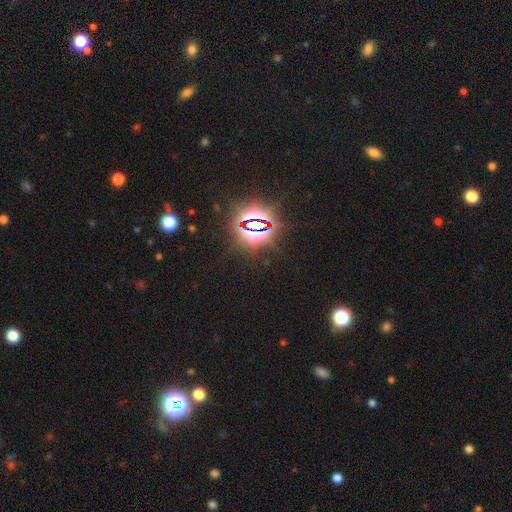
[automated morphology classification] type=star or artifact (81%).